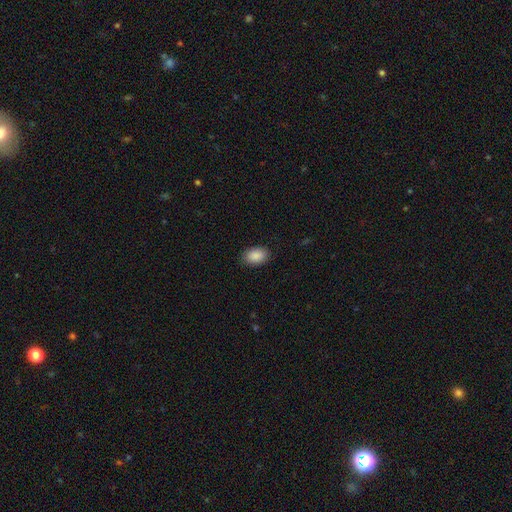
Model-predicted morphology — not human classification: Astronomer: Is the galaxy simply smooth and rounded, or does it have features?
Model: smooth — 90%.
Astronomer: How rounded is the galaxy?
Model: in between — 88%.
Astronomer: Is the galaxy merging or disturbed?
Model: none — 88%.